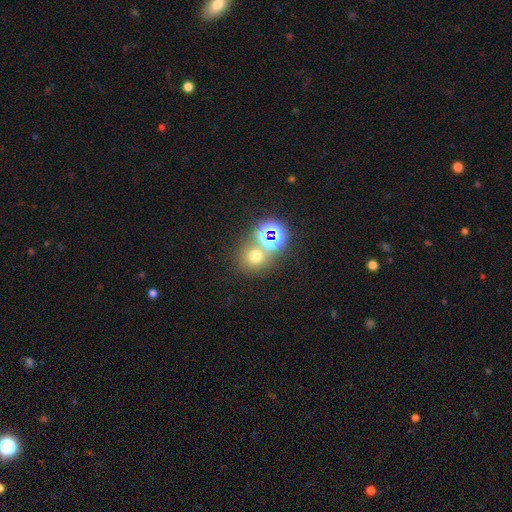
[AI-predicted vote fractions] Smooth or featured? smooth (60%)
How rounded? round (86%)
Merging? none (62%)